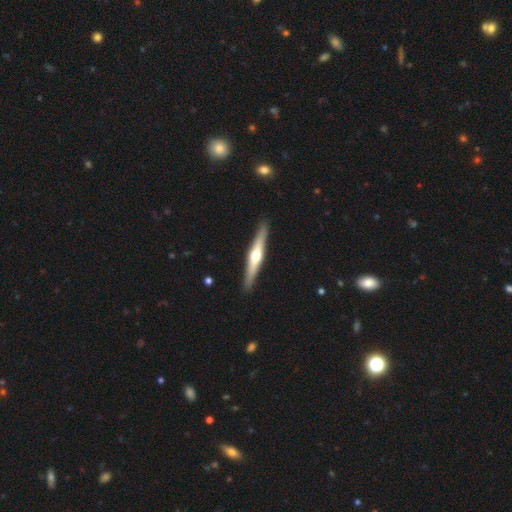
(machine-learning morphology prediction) smooth-or-featured: featured or disk: 66% | smooth: 29% | star or artifact: 5%
  disk-edge-on: yes: 97% | no: 3%
    edge-on-bulge: rounded: 92% | none: 5% | boxy: 3%
  merging: none: 91% | minor disturbance: 7% | major disturbance: 1% | merger: 1%